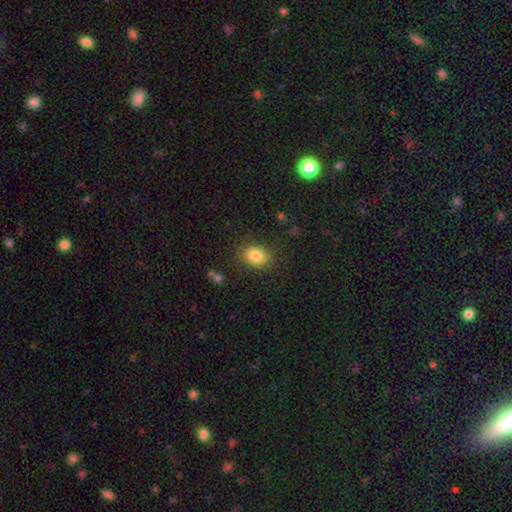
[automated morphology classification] smooth 84%, star or artifact 9%, featured or disk 7%. Down the decision tree: how rounded — in between (63%); merging — none (84%).